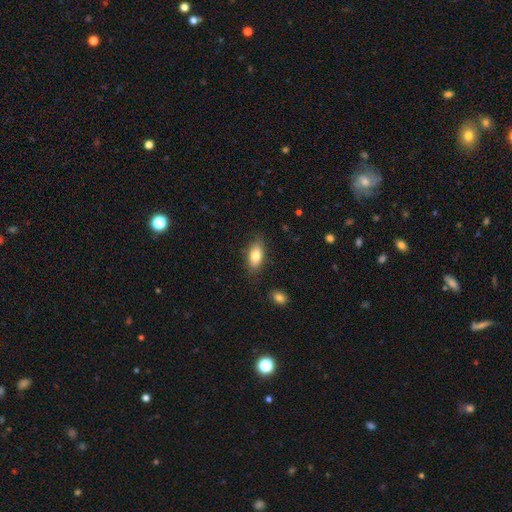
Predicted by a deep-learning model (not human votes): Q: Smooth or featured?
A: smooth (79%); runner-up: featured or disk (14%)
Q: How rounded?
A: in between (85%); runner-up: cigar-shaped (11%)
Q: Merging?
A: none (82%); runner-up: minor disturbance (13%)